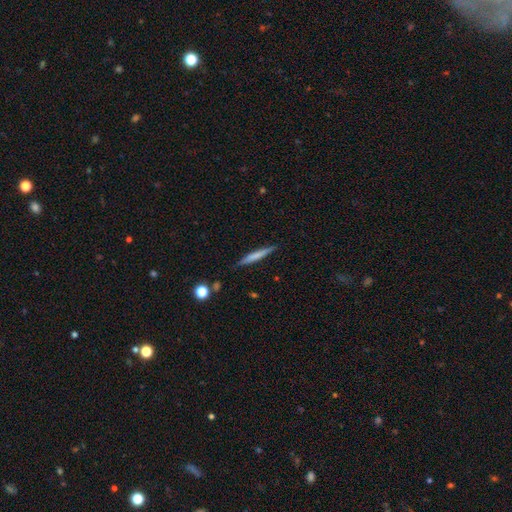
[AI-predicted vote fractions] smooth-or-featured: smooth: 61% | featured or disk: 33% | star or artifact: 6%
  how-rounded: cigar-shaped: 95% | in between: 3% | round: 1%
  merging: none: 89% | minor disturbance: 8% | major disturbance: 2% | merger: 1%